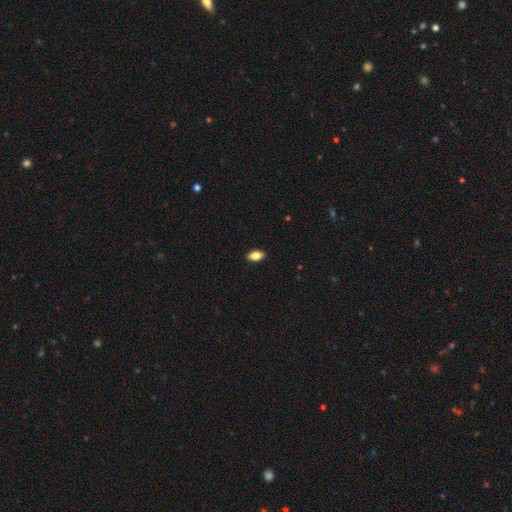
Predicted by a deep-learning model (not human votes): Overall: smooth (81%). How rounded: in between (89%). Merging: none (89%).